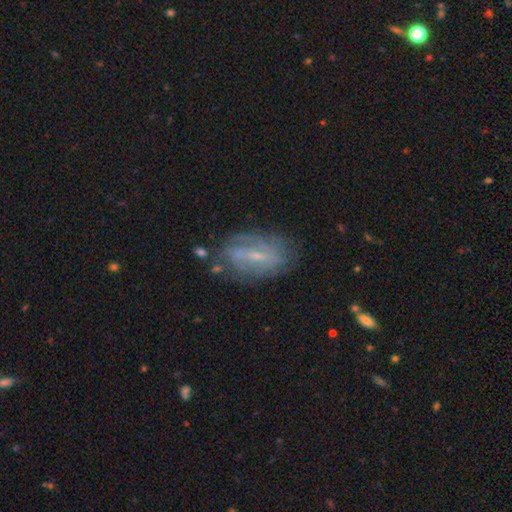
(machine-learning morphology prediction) smooth_or_featured: featured or disk (p=0.70) [alt: smooth p=0.21]
disk_edge_on: no (p=0.91) [alt: yes p=0.09]
bar: weak (p=0.47) [alt: strong p=0.32]
has_spiral_arms: yes (p=0.76) [alt: no p=0.24]
bulge_size: small (p=0.70) [alt: moderate p=0.21]
merging: none (p=0.70) [alt: minor disturbance p=0.19]